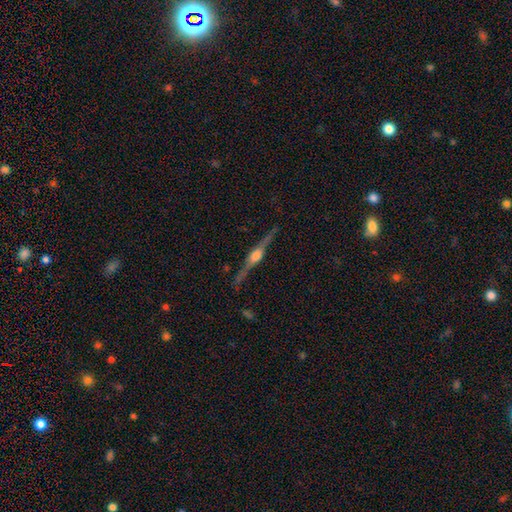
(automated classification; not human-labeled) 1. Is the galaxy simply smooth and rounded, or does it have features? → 85% featured or disk, 9% smooth, 6% star or artifact.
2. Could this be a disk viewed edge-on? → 98% yes, 2% no.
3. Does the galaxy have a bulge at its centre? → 90% rounded, 8% boxy, 2% none.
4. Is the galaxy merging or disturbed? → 87% none, 9% minor disturbance, 2% major disturbance, 1% merger.